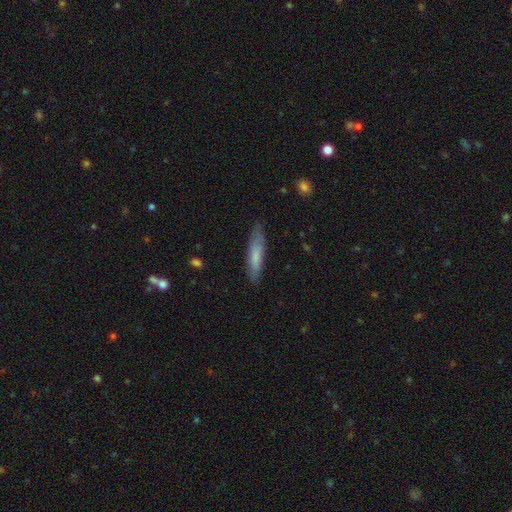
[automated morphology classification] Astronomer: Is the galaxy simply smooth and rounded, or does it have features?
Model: smooth — 69%.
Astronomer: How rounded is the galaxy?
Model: cigar-shaped — 84%.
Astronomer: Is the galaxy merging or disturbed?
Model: none — 80%.